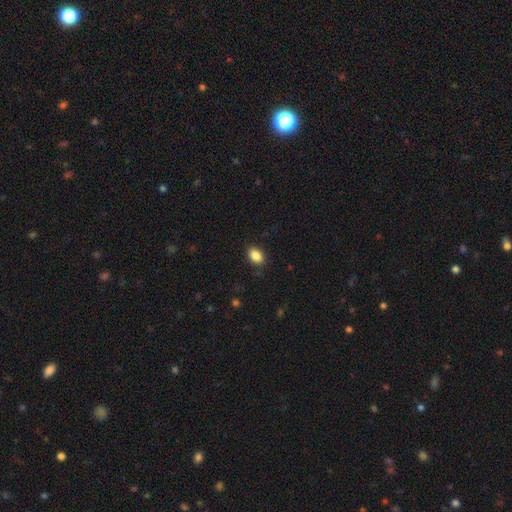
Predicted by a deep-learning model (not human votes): Smooth or featured?
  - smooth: 87% *
  - star or artifact: 8%
  - featured or disk: 4%
How rounded?
  - in between: 83% *
  - round: 16%
  - cigar-shaped: 1%
Merging?
  - none: 88% *
  - minor disturbance: 9%
  - major disturbance: 2%
  - merger: 1%